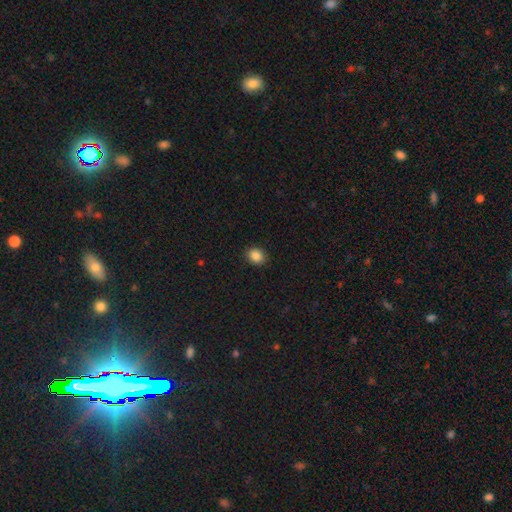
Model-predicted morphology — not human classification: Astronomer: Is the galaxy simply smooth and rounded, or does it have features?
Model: smooth — 87%.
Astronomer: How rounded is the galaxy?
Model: round — 58% (runner-up: in between, 41%).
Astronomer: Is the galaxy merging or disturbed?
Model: none — 90%.